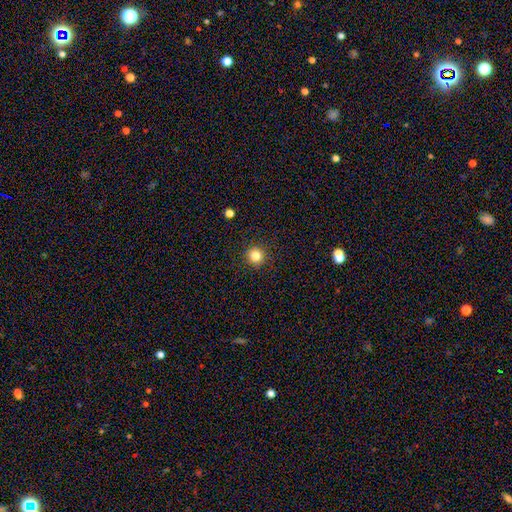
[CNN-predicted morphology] smooth_or_featured: smooth (p=0.83) [alt: star or artifact p=0.12]
how_rounded: round (p=0.95) [alt: in between p=0.04]
merging: none (p=0.92) [alt: minor disturbance p=0.05]